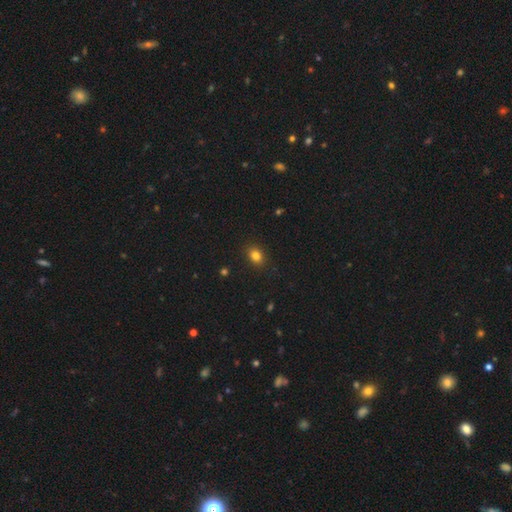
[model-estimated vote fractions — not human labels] This is clearly a smooth galaxy (82%). How rounded: possibly in between (57%). Merging: clearly none (88%).